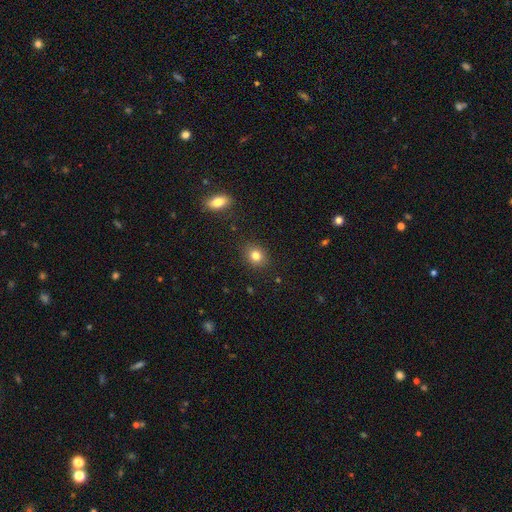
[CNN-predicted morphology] Overall: smooth (82%). How rounded: round (68%; in between 31%). Merging: none (88%).